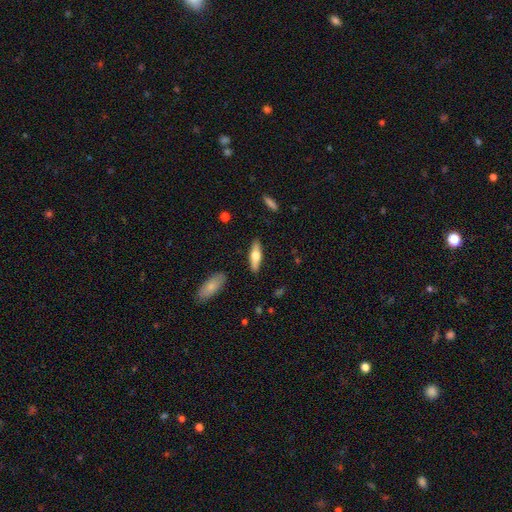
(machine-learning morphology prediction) A smooth galaxy with no disk features (51%) that is cigar-shaped (56%). Merging: none (88%).